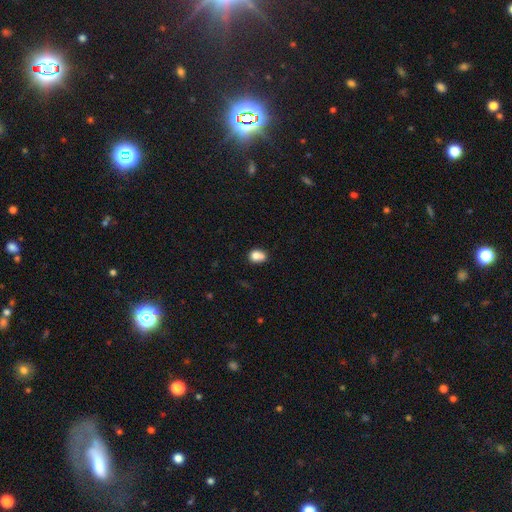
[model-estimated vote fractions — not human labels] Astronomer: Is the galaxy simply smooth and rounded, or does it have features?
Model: smooth — 76%.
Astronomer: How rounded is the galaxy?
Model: round — 52% (runner-up: in between, 47%).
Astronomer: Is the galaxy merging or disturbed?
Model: none — 39% (runner-up: merger, 37%).